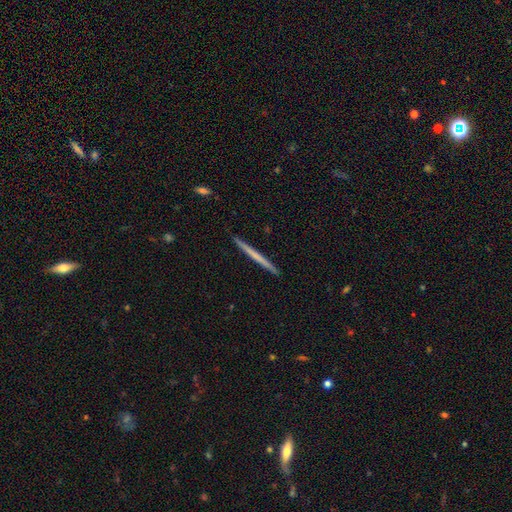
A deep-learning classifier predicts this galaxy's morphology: smooth-or-featured: smooth: 49% | featured or disk: 46% | star or artifact: 5%
  merging: none: 93% | minor disturbance: 5% | major disturbance: 1% | merger: 1%